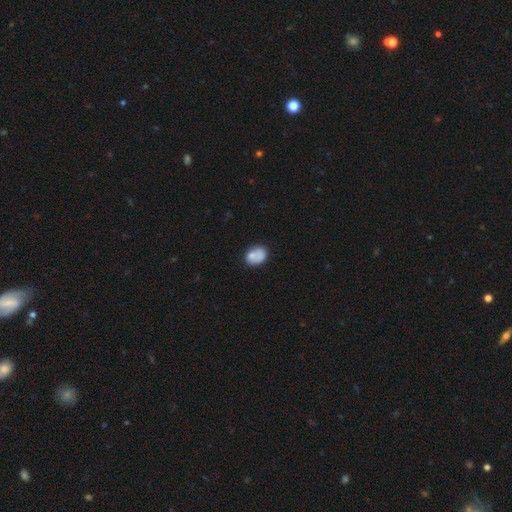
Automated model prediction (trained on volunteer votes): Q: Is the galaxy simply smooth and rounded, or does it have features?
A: smooth — 73%.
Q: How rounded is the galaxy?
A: in between — 62%.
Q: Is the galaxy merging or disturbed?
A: none — 47%.